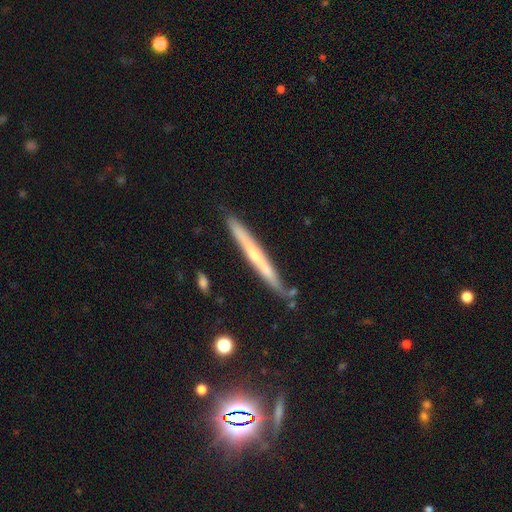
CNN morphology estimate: A featured or disk galaxy (59%) viewed edge-on (95%) with no central bulge (51%).

Vote fractions:
- Smooth or featured? featured or disk: 59% / smooth: 35% / star or artifact: 6%
- Edge-on disk? yes: 95% / no: 5%
- Edge-on bulge? none: 51% / rounded: 44% / boxy: 4%
- Merging? none: 81% / minor disturbance: 14% / merger: 3% / major disturbance: 2%